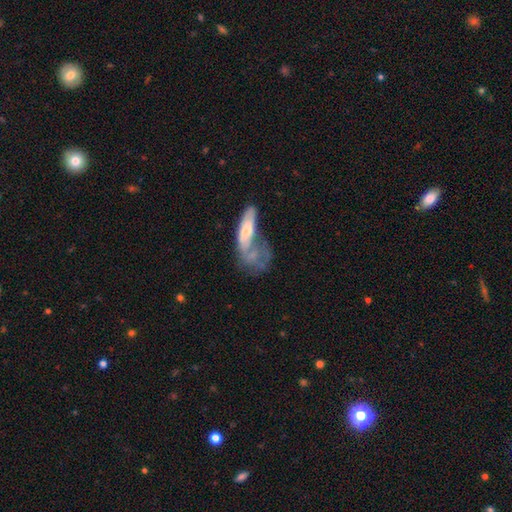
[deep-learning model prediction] Overall: smooth (52%; featured or disk 40%). How rounded: in between (56%; cigar-shaped 35%). Merging: major disturbance (37%; merger 26%).